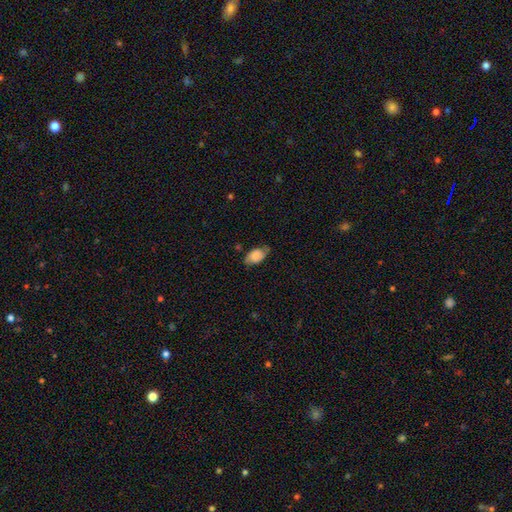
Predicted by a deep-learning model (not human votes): The model was most divided on "merging": none: 64%, minor disturbance: 27%, major disturbance: 7%, merger: 2%. More confident: how rounded — in between (91%); smooth or featured — smooth (78%).